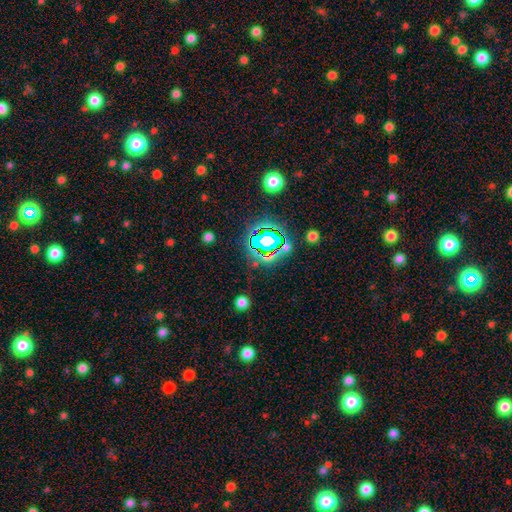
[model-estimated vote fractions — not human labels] Smooth or featured?
  - star or artifact: 80% *
  - smooth: 12%
  - featured or disk: 8%